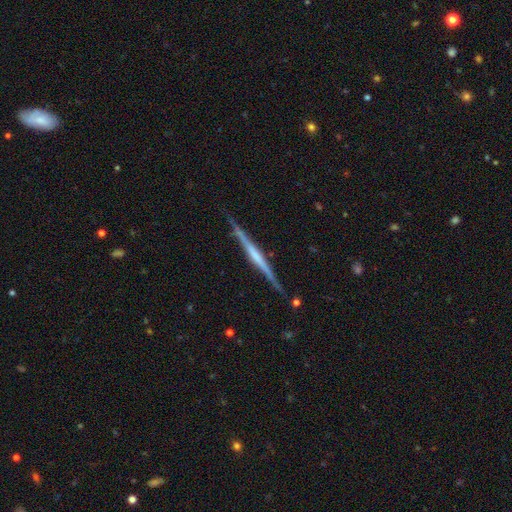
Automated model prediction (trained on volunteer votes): Morphology: type=featured or disk (75%); edge-on=yes (98%); edge-on bulge=none (50%); merging=none (86%).